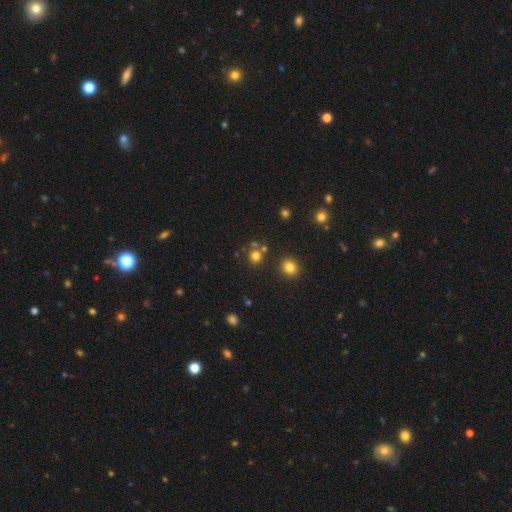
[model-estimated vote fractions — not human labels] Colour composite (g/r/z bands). It shows a smooth galaxy with no disk features (75%) that is round (88%). Merging: none (73%).